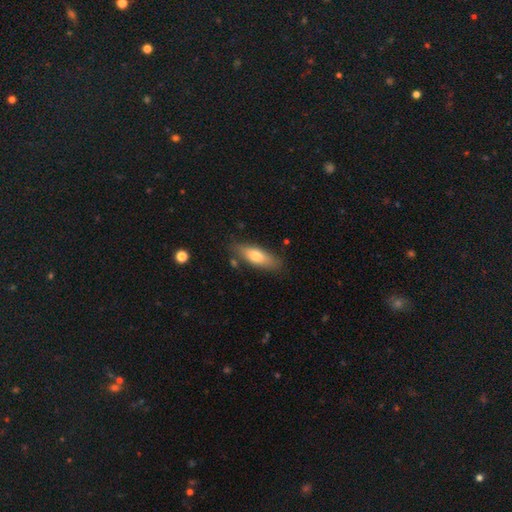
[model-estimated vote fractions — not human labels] Overall: smooth (70%). How rounded: in between (59%; cigar-shaped 39%). Merging: none (80%).